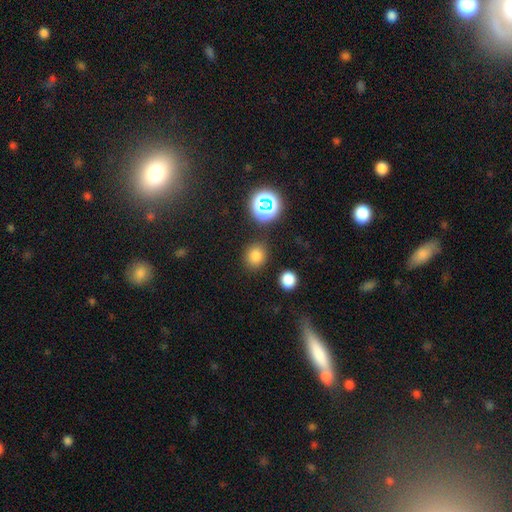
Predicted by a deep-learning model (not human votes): Morphology: type=smooth (77%); roundness=round (77%); merging=none (84%).